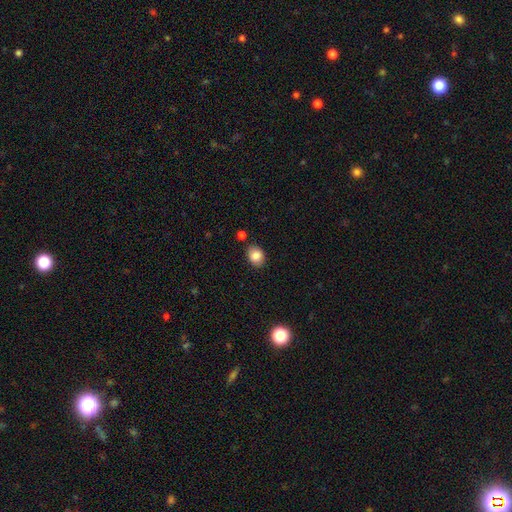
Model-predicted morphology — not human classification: smooth-or-featured: smooth: 85% | star or artifact: 9% | featured or disk: 6%
  how-rounded: in between: 62% | round: 37% | cigar-shaped: 1%
  merging: none: 83% | minor disturbance: 11% | merger: 4% | major disturbance: 3%